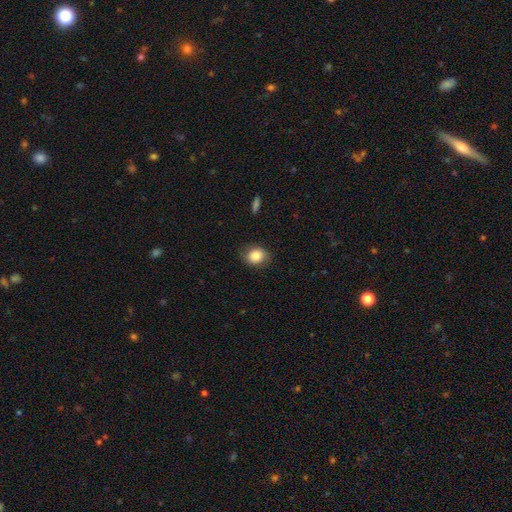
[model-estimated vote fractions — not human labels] A smooth galaxy with no disk features (85%) that is round (58%).

Vote fractions:
- Smooth or featured? smooth: 85% / star or artifact: 8% / featured or disk: 7%
- How rounded? round: 58% / in between: 41% / cigar-shaped: 1%
- Merging? none: 81% / minor disturbance: 14% / major disturbance: 3% / merger: 1%